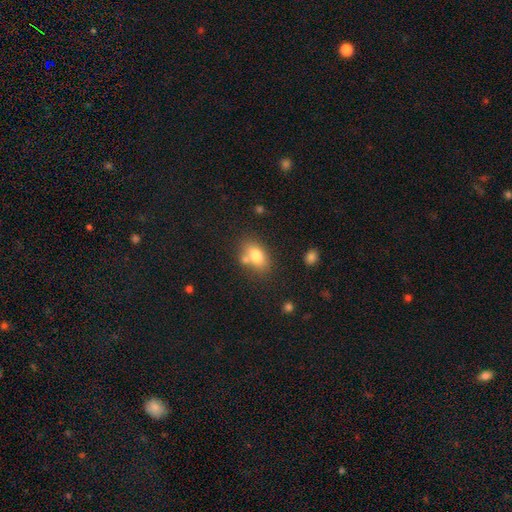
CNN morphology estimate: This is likely a smooth galaxy (77%). How rounded: clearly in between (82%). Merging: possibly none (60%).